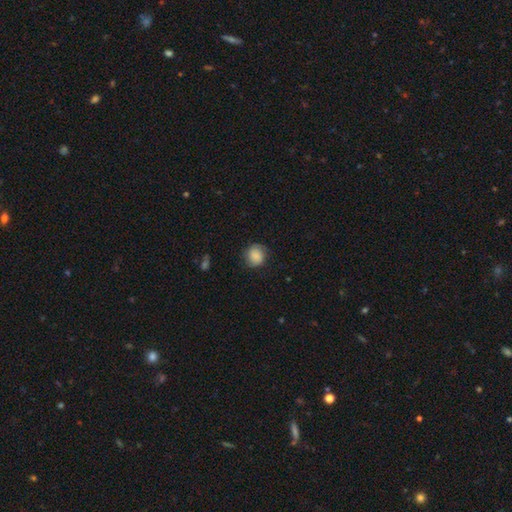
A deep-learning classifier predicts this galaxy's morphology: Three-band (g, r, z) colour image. It shows a smooth galaxy with no disk features (76%) that is round (79%). Merging: none (72%).